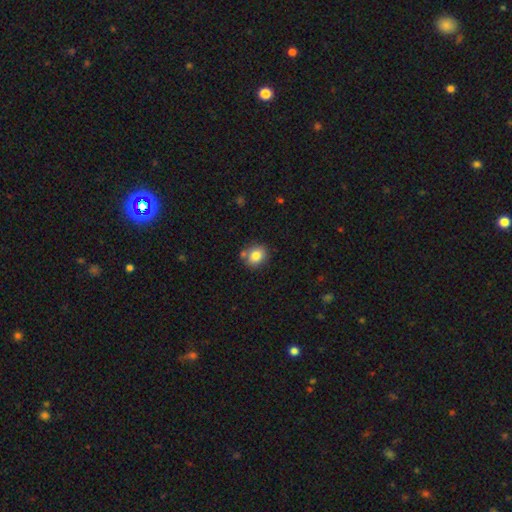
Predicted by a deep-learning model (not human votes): A smooth galaxy with no disk features (82%) that is round (62%).

Vote fractions:
- Smooth or featured? smooth: 82% / star or artifact: 9% / featured or disk: 9%
- How rounded? round: 62% / in between: 37% / cigar-shaped: 1%
- Merging? none: 73% / minor disturbance: 13% / merger: 11% / major disturbance: 3%